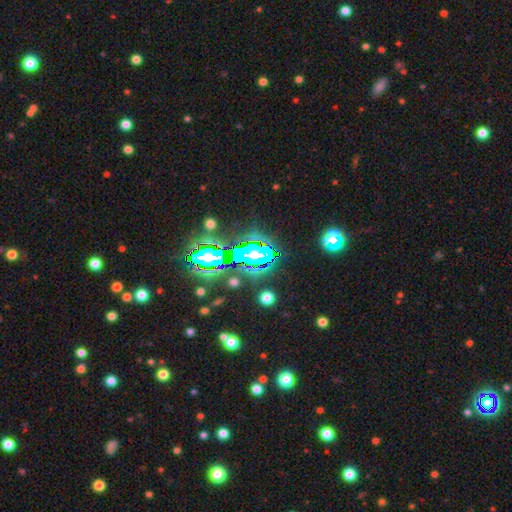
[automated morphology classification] Overall: star or artifact (65%).